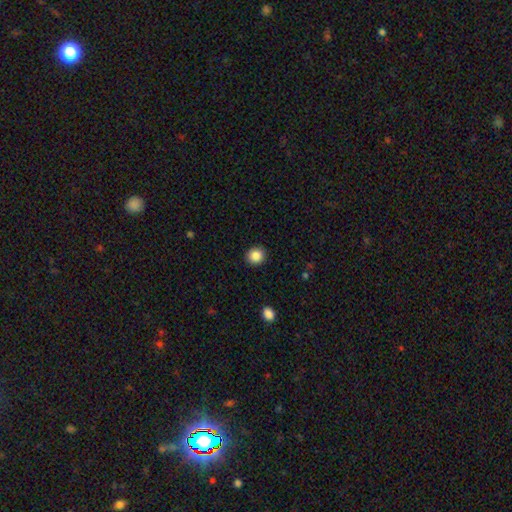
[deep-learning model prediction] Smooth or featured: smooth — 87% (star or artifact — 9%)
How rounded: round — 84% (in between — 15%)
Merging: none — 91% (minor disturbance — 6%)